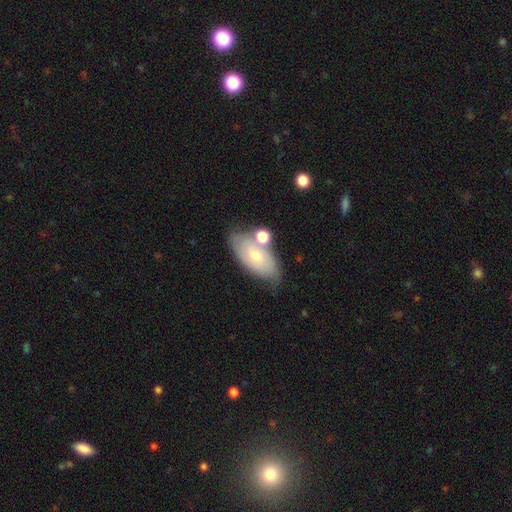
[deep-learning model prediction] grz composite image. It shows a smooth galaxy with no disk features (52%) that is in between round and cigar-shaped (89%). Merging: none (52%).